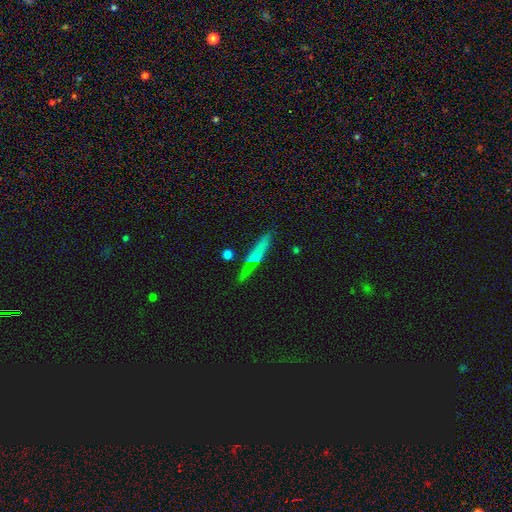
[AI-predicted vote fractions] The model was most divided on "smooth or featured": featured or disk: 51%, smooth: 38%, star or artifact: 10%. More confident: edge-on disk — yes (94%); merging — none (82%).